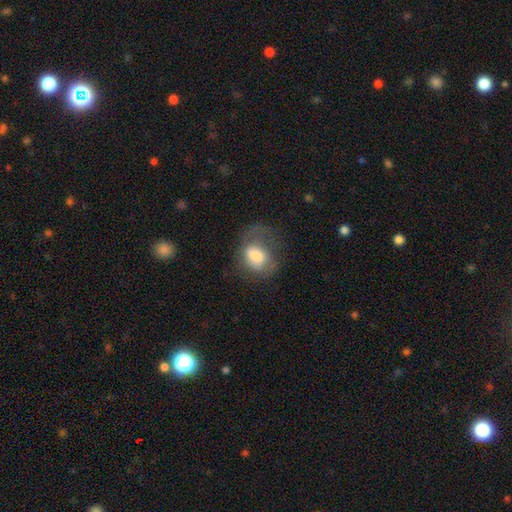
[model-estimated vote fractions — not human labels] smooth_or_featured: smooth (p=0.68) [alt: featured or disk p=0.23]
how_rounded: in between (p=0.60) [alt: round p=0.39]
merging: none (p=0.37) [alt: major disturbance p=0.35]